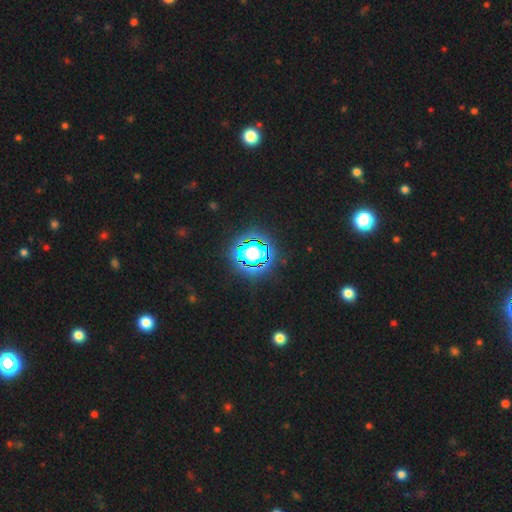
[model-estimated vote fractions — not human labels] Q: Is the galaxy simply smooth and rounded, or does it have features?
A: star or artifact — 81%.